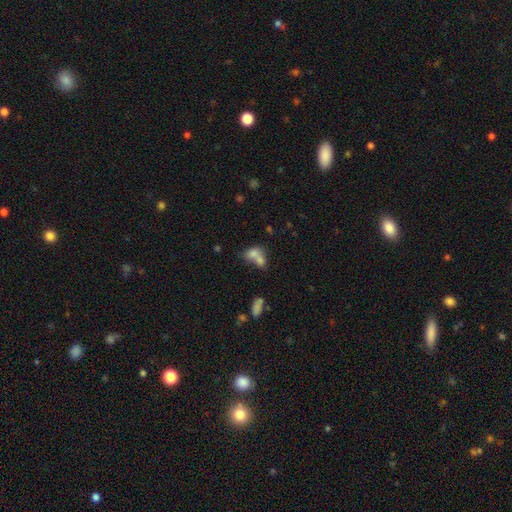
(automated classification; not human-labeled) This is likely a smooth galaxy (73%). How rounded: likely in between (68%). Merging: likely merger (65%).